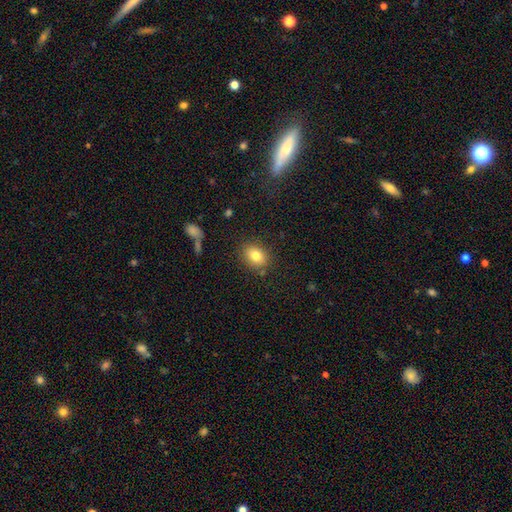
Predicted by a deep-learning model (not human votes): smooth_or_featured: smooth (p=0.81) [alt: star or artifact p=0.10]
how_rounded: in between (p=0.54) [alt: round p=0.45]
merging: none (p=0.83) [alt: minor disturbance p=0.11]